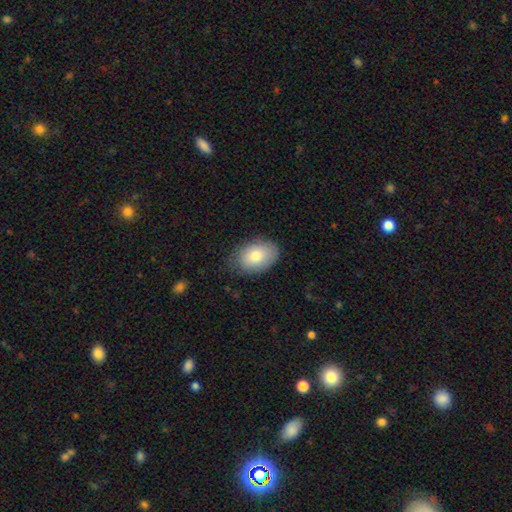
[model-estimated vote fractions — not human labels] This is likely a smooth galaxy (79%). How rounded: clearly in between (86%). Merging: likely none (77%).